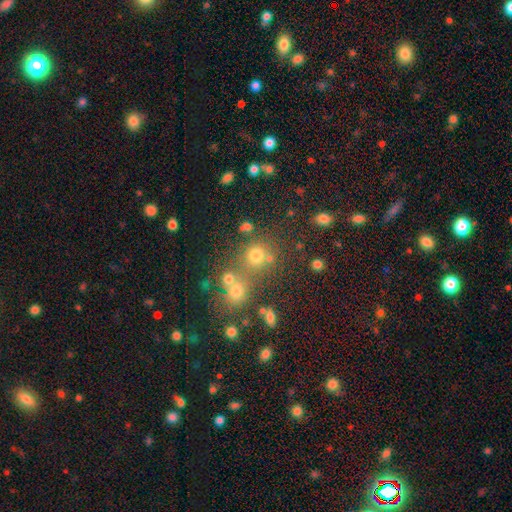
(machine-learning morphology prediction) Overall: smooth (61%; star or artifact 28%). How rounded: round (86%). Merging: none (61%; merger 27%).